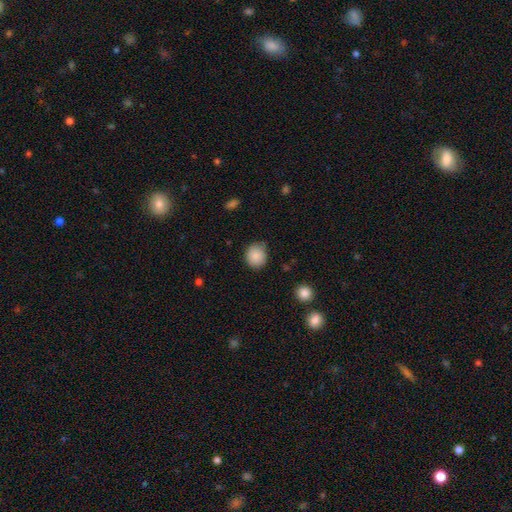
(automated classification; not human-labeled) Morphology: type=smooth (87%); roundness=round (78%); merging=none (76%).